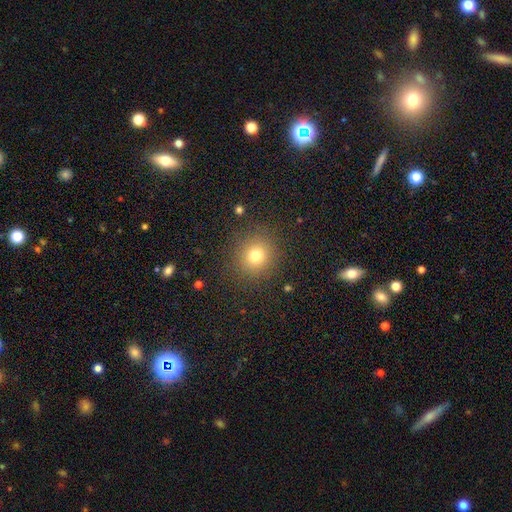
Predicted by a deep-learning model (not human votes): A smooth galaxy with no disk features (75%) that is round (91%).

Vote fractions:
- Smooth or featured? smooth: 75% / star or artifact: 16% / featured or disk: 9%
- How rounded? round: 91% / in between: 8% / cigar-shaped: 1%
- Merging? none: 88% / minor disturbance: 7% / major disturbance: 4% / merger: 1%